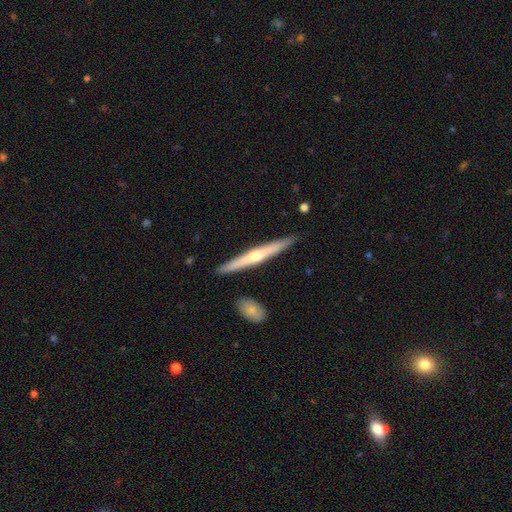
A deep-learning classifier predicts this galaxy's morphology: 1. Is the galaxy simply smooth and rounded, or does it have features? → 68% featured or disk, 26% smooth, 6% star or artifact.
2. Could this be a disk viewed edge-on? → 96% yes, 4% no.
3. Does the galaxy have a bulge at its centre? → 79% rounded, 17% none, 3% boxy.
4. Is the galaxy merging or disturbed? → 89% none, 7% minor disturbance, 3% merger, 1% major disturbance.